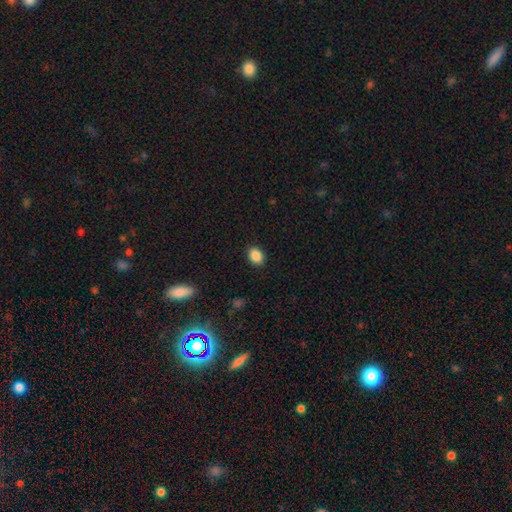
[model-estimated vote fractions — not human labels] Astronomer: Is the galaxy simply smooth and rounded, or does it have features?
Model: smooth — 88%.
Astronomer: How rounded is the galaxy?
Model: in between — 67%.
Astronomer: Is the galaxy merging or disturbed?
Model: none — 89%.